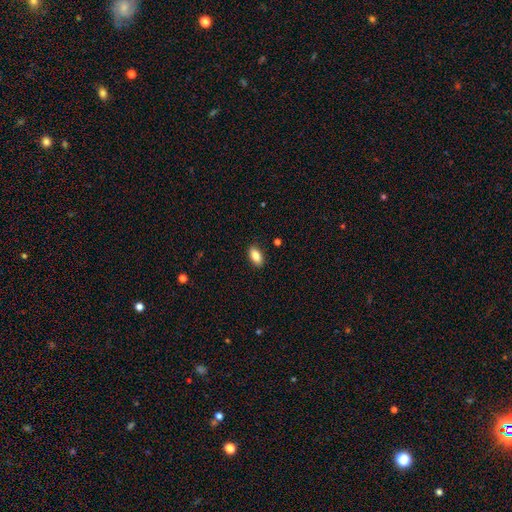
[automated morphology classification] smooth-or-featured: smooth: 86% | star or artifact: 8% | featured or disk: 7%
  how-rounded: in between: 91% | cigar-shaped: 5% | round: 4%
  merging: none: 88% | minor disturbance: 9% | major disturbance: 2% | merger: 1%